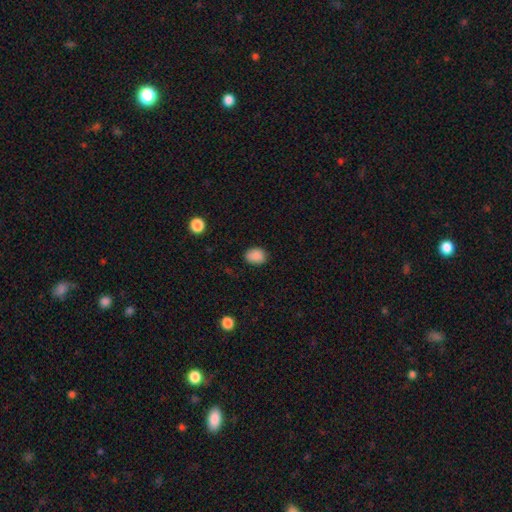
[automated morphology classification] Q: Smooth or featured?
A: smooth (88%); runner-up: star or artifact (9%)
Q: How rounded?
A: in between (58%); runner-up: round (41%)
Q: Merging?
A: none (85%); runner-up: minor disturbance (12%)